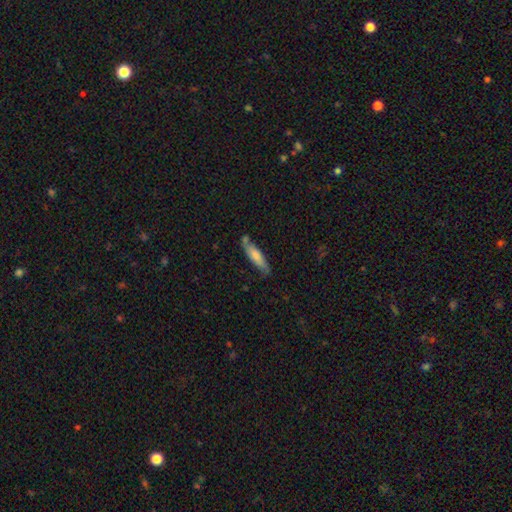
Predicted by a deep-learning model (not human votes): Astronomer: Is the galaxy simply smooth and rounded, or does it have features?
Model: smooth — 68%.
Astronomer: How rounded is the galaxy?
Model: cigar-shaped — 70%.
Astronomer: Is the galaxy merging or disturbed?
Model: none — 64%.